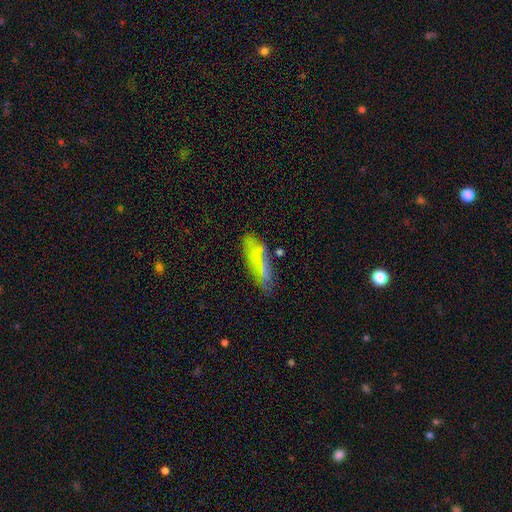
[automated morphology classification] Overall: smooth (54%; featured or disk 28%). How rounded: in between (64%; cigar-shaped 31%). Merging: none (71%).